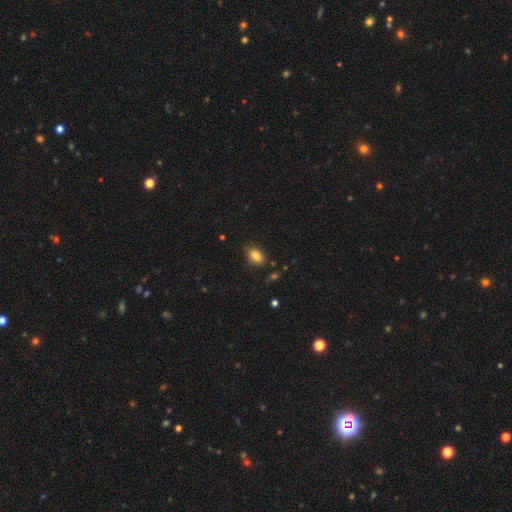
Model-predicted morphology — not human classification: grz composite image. It shows a smooth galaxy with no disk features (85%) that is in between round and cigar-shaped (87%). Merging: none (80%).